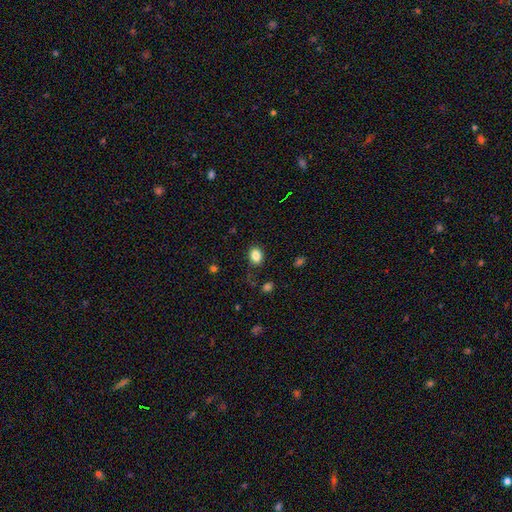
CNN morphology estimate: Smooth or featured?
  - smooth: 84% *
  - star or artifact: 10%
  - featured or disk: 6%
How rounded?
  - in between: 69% *
  - round: 30%
  - cigar-shaped: 1%
Merging?
  - none: 83% *
  - minor disturbance: 12%
  - major disturbance: 3%
  - merger: 2%